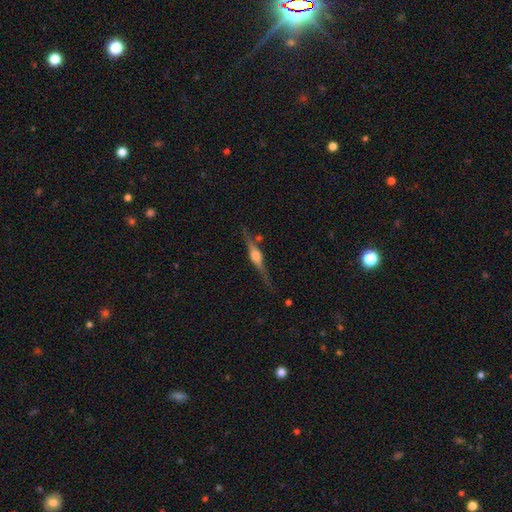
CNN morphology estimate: Smooth or featured?
  - featured or disk: 80% *
  - smooth: 13%
  - star or artifact: 7%
Edge-on disk?
  - yes: 97% *
  - no: 3%
Edge-on bulge?
  - rounded: 84% *
  - boxy: 14%
  - none: 2%
Merging?
  - none: 81% *
  - minor disturbance: 12%
  - major disturbance: 4%
  - merger: 3%